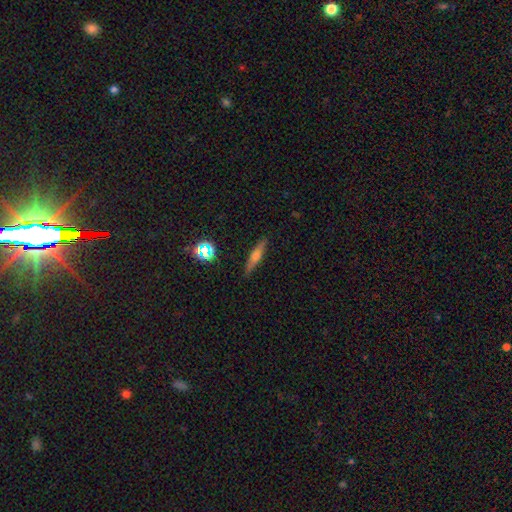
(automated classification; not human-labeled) This is possibly a smooth galaxy (50%). Merging: clearly none (87%).